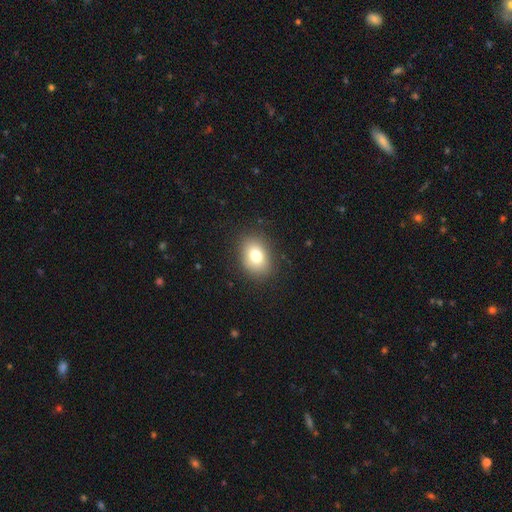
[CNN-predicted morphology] type=smooth (79%); roundness=in between (67%); merging=none (86%).